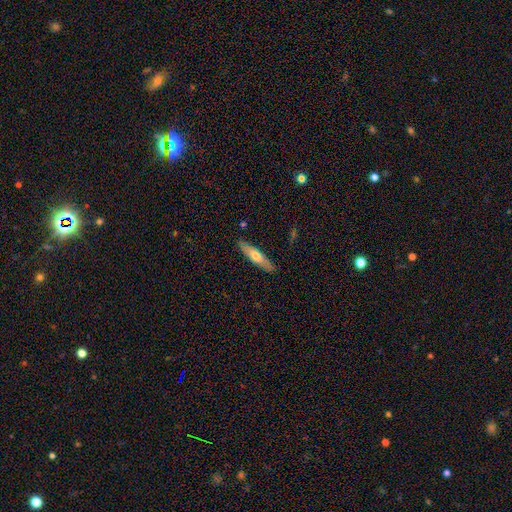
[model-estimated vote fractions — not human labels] Morphology: type=smooth (58%); roundness=cigar-shaped (73%); merging=none (87%).